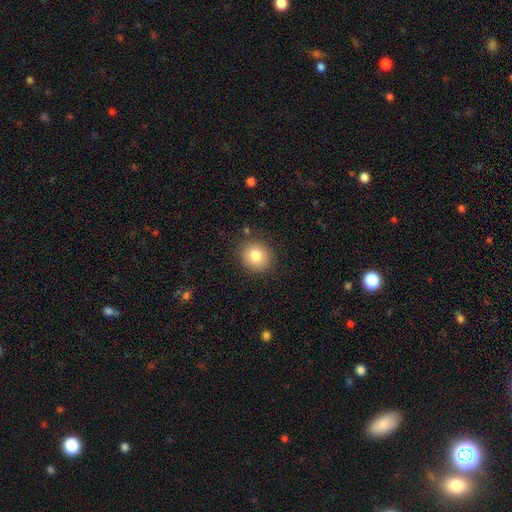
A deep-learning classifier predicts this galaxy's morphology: Smooth or featured?
  - smooth: 82% *
  - star or artifact: 10%
  - featured or disk: 8%
How rounded?
  - round: 84% *
  - in between: 15%
  - cigar-shaped: 1%
Merging?
  - none: 88% *
  - minor disturbance: 8%
  - major disturbance: 3%
  - merger: 2%